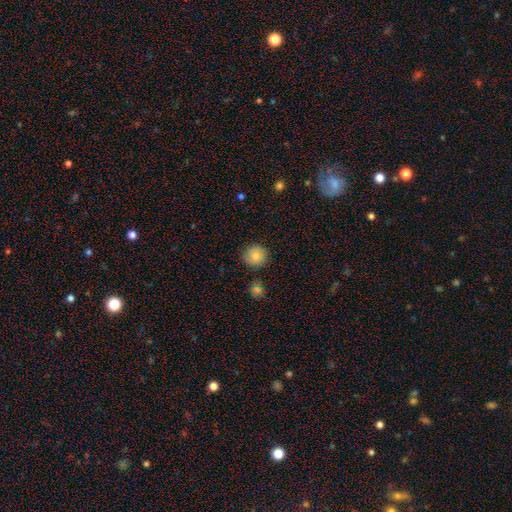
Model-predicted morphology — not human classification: The model was most divided on "smooth or featured": smooth: 85%, star or artifact: 9%, featured or disk: 6%. More confident: how rounded — round (92%); merging — none (88%).